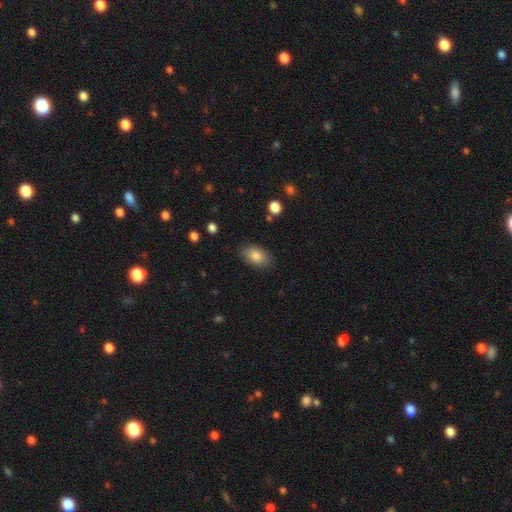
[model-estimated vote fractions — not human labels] Overall: smooth (84%). How rounded: in between (91%). Merging: none (84%).